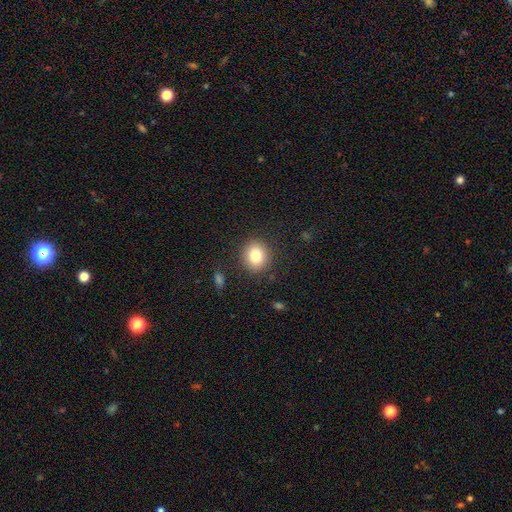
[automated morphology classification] Smooth or featured?
  - smooth: 81% *
  - star or artifact: 10%
  - featured or disk: 9%
How rounded?
  - round: 76% *
  - in between: 23%
  - cigar-shaped: 1%
Merging?
  - none: 87% *
  - minor disturbance: 8%
  - major disturbance: 3%
  - merger: 1%